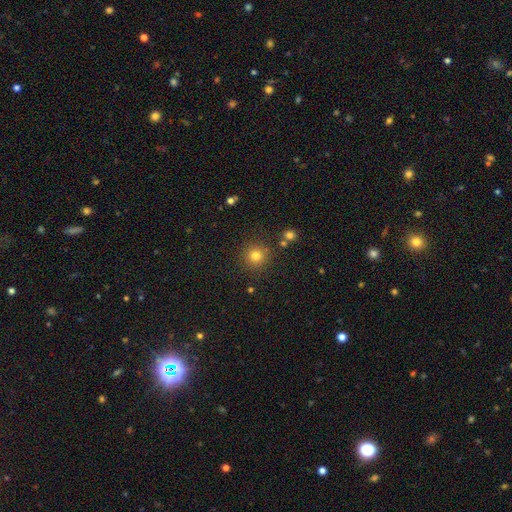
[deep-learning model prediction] smooth 80%, star or artifact 15%, featured or disk 6%. Down the decision tree: how rounded — round (93%); merging — none (86%).